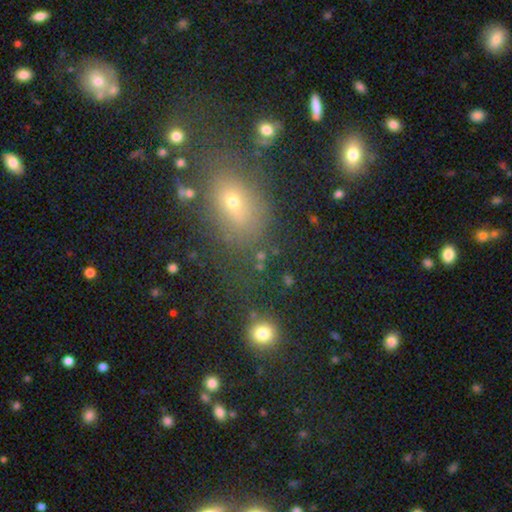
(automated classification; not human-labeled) Q: Smooth or featured?
A: smooth (57%); runner-up: star or artifact (29%)
Q: How rounded?
A: in between (63%); runner-up: round (33%)
Q: Merging?
A: none (71%); runner-up: minor disturbance (14%)